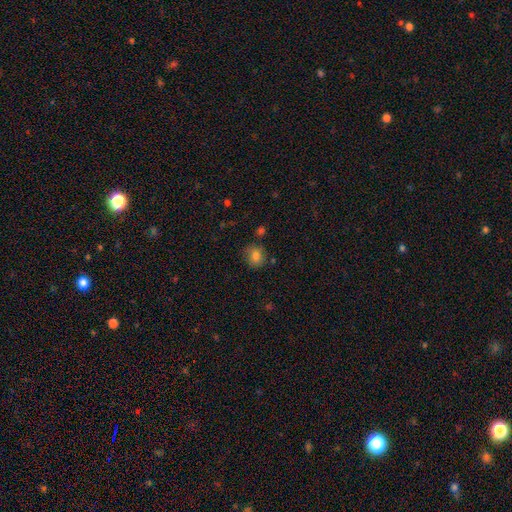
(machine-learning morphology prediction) type=smooth (81%); roundness=round (73%); merging=none (78%).